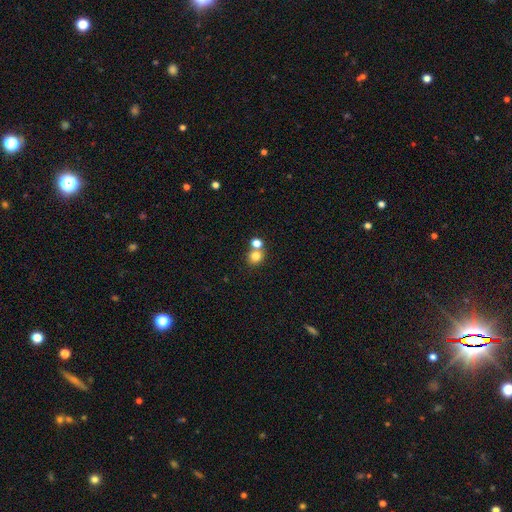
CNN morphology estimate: Smooth or featured? smooth (80%)
How rounded? round (79%)
Merging? none (53%)